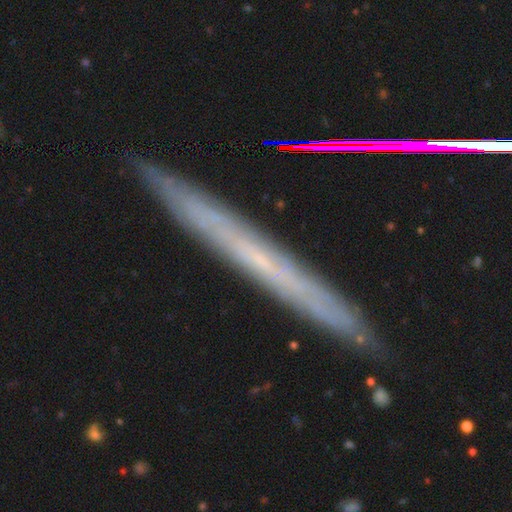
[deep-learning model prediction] A featured or disk galaxy (62%) viewed edge-on (91%) with no central bulge (82%). Merging: none (89%).